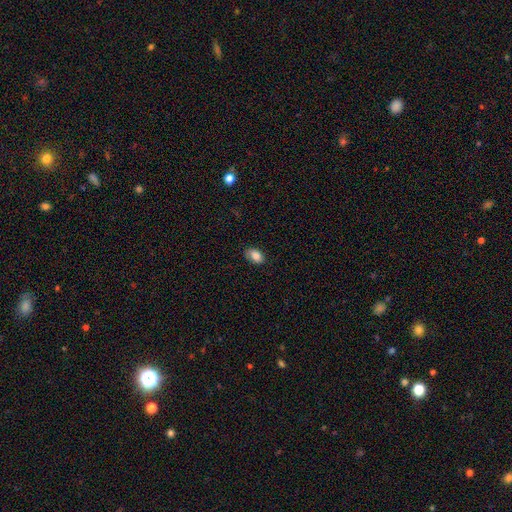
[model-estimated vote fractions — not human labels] Smooth or featured? smooth (85%)
How rounded? in between (87%)
Merging? none (77%)